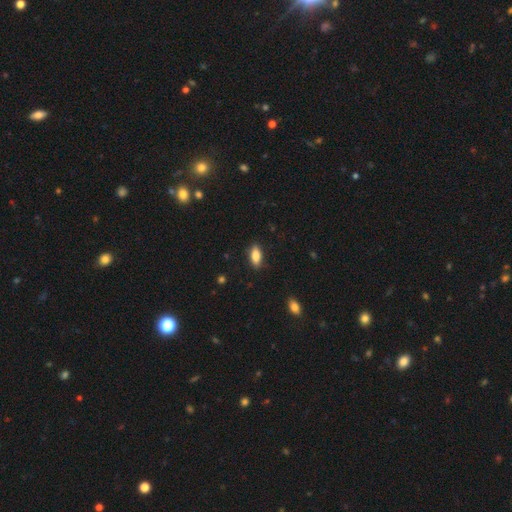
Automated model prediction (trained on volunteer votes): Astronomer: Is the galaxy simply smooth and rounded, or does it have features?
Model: smooth — 80%.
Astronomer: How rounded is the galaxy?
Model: in between — 82%.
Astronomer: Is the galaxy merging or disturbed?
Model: none — 87%.